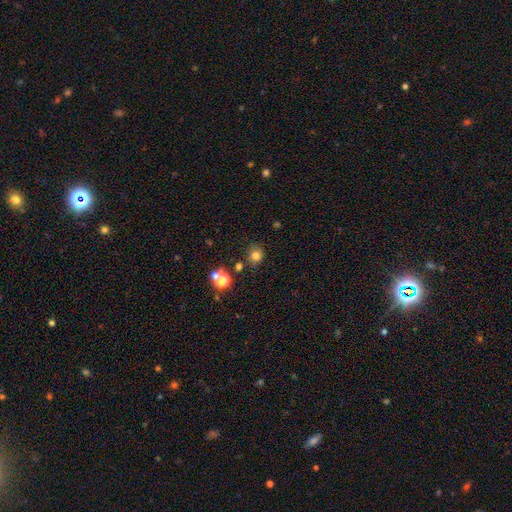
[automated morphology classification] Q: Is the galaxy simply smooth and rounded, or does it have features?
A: smooth — 76%.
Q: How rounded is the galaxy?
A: round — 81%.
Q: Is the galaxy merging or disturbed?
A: none — 76%.